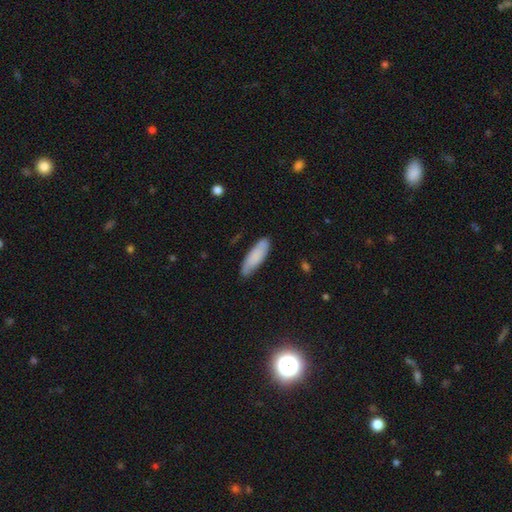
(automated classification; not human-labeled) Morphology: type=smooth (80%); roundness=cigar-shaped (50%); merging=none (80%).